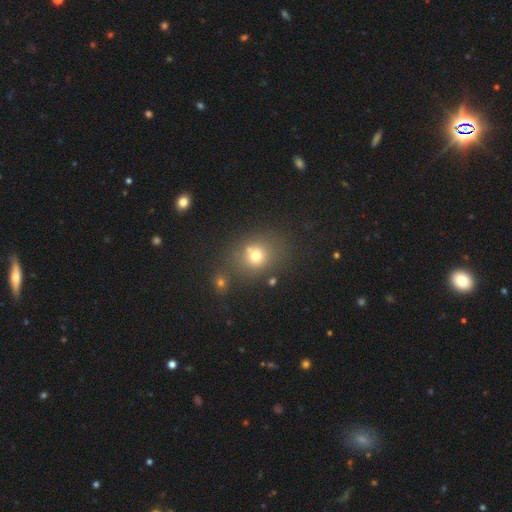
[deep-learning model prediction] The model was most divided on "how rounded": round: 67%, in between: 32%, cigar-shaped: 1%. More confident: smooth or featured — smooth (70%); merging — none (63%).